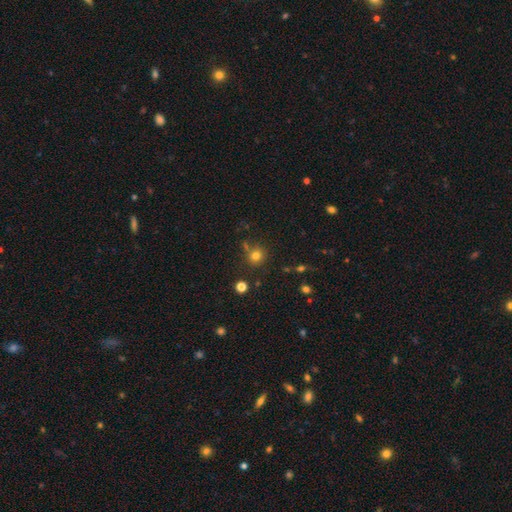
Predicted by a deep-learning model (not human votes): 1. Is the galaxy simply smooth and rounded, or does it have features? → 75% smooth, 17% star or artifact, 8% featured or disk.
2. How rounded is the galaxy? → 89% round, 10% in between, 1% cigar-shaped.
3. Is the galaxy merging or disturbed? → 74% none, 11% minor disturbance, 10% merger, 4% major disturbance.